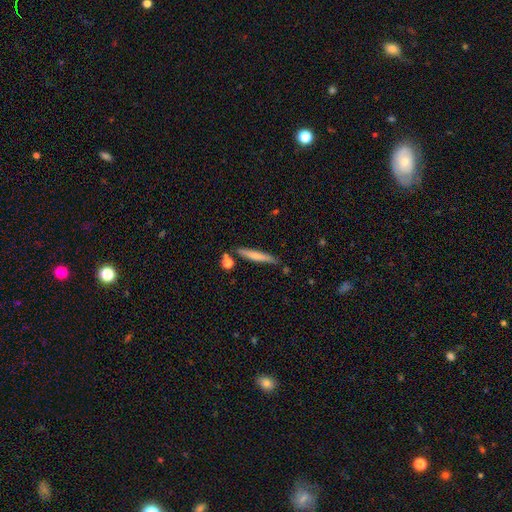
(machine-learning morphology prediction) Smooth or featured? smooth (66%)
How rounded? cigar-shaped (93%)
Merging? none (78%)